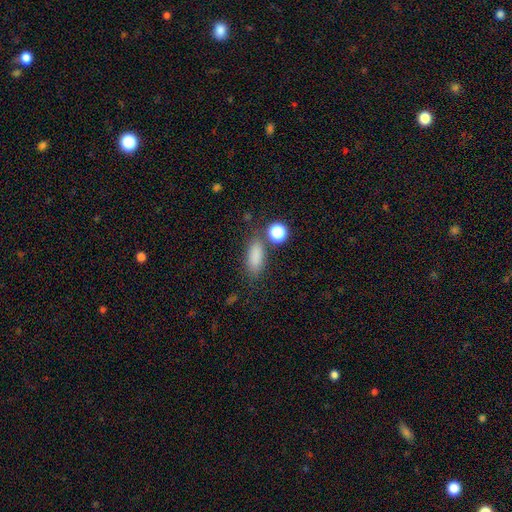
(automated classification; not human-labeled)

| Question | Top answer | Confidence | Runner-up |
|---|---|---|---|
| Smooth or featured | smooth | 83% | star or artifact (11%) |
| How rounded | in between | 70% | cigar-shaped (23%) |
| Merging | none | 71% | minor disturbance (14%) |